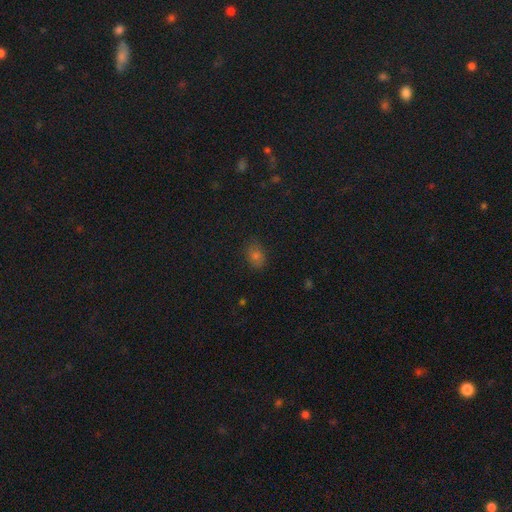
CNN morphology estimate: A smooth galaxy with no disk features (73%) that is in between round and cigar-shaped (67%). Merging: none (82%).